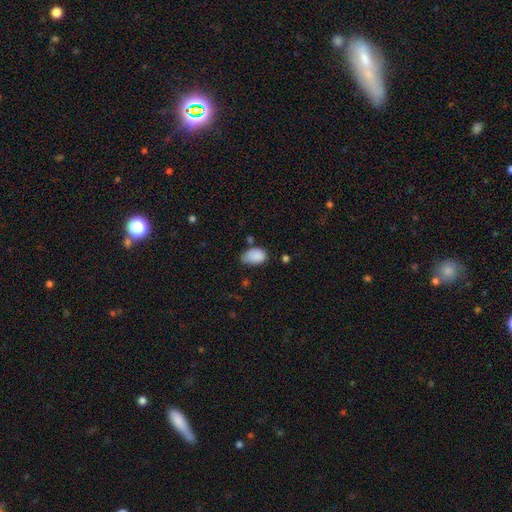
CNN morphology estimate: This appears to be a smooth galaxy with no disk features (86%) that is in between round and cigar-shaped (88%). Merging: none (45%).